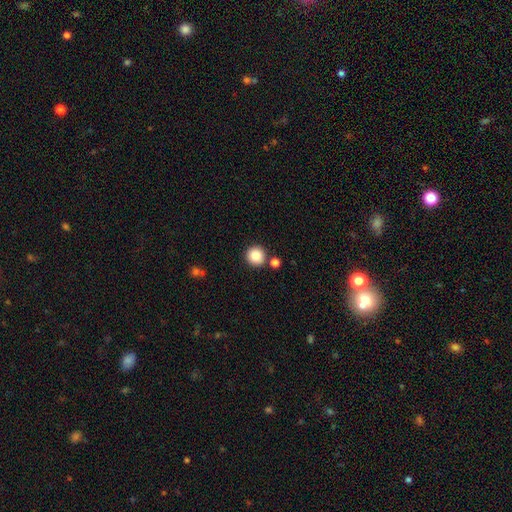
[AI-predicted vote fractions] Smooth or featured? Predicted: smooth (p=0.84). How rounded? Predicted: round (p=0.94). Merging? Predicted: none (p=0.81).